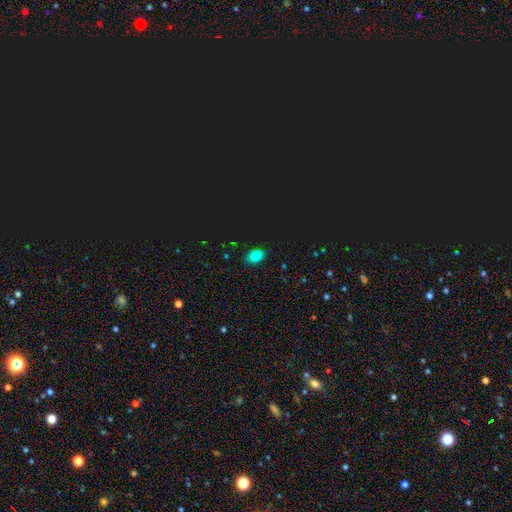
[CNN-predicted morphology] A smooth galaxy with no disk features (77%) that is in between round and cigar-shaped (81%).

Vote fractions:
- Smooth or featured? smooth: 77% / star or artifact: 17% / featured or disk: 6%
- How rounded? in between: 81% / round: 17% / cigar-shaped: 2%
- Merging? none: 84% / minor disturbance: 12% / major disturbance: 2% / merger: 1%